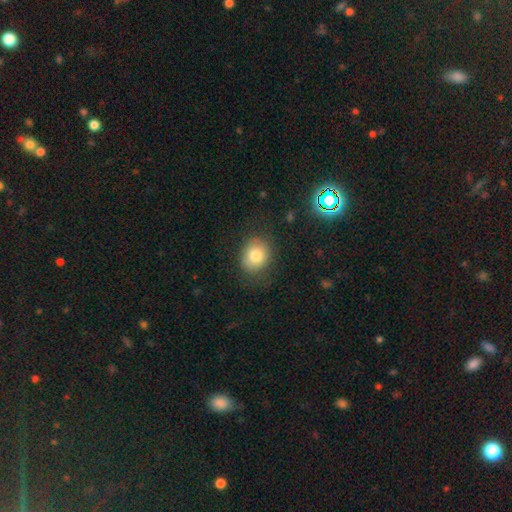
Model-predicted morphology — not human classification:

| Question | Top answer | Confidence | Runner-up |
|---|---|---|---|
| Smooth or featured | smooth | 78% | featured or disk (11%) |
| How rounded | round | 63% | in between (36%) |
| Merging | none | 79% | minor disturbance (15%) |